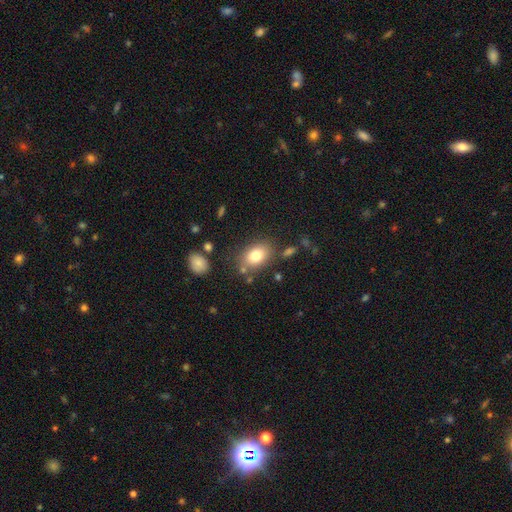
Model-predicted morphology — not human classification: Smooth or featured: smooth — 80% (featured or disk — 11%)
How rounded: in between — 79% (round — 20%)
Merging: none — 77% (minor disturbance — 13%)